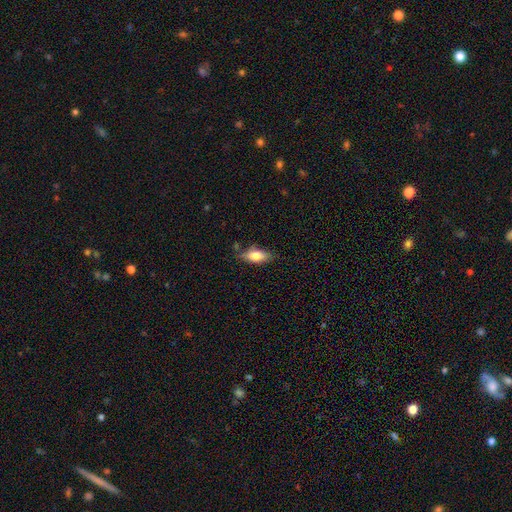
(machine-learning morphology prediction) Smooth or featured? Predicted: smooth (p=0.72). How rounded? Predicted: in between (p=0.77). Merging? Predicted: none (p=0.69).